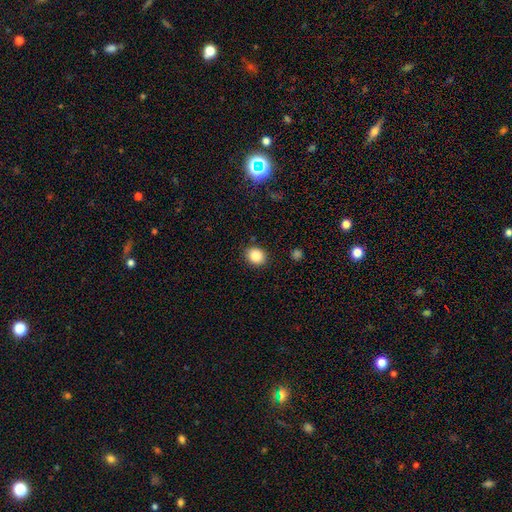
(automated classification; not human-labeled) smooth-or-featured: smooth: 87% | star or artifact: 9% | featured or disk: 3%
  how-rounded: round: 64% | in between: 35% | cigar-shaped: 1%
  merging: none: 87% | minor disturbance: 9% | major disturbance: 3% | merger: 2%